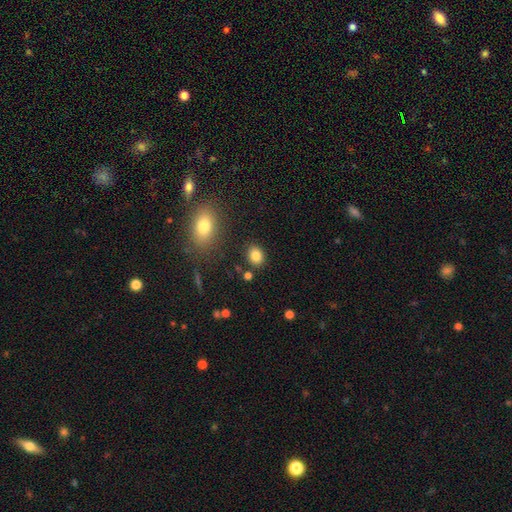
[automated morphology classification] smooth_or_featured: smooth (p=0.84) [alt: star or artifact p=0.10]
how_rounded: round (p=0.50) [alt: in between p=0.49]
merging: none (p=0.85) [alt: minor disturbance p=0.09]